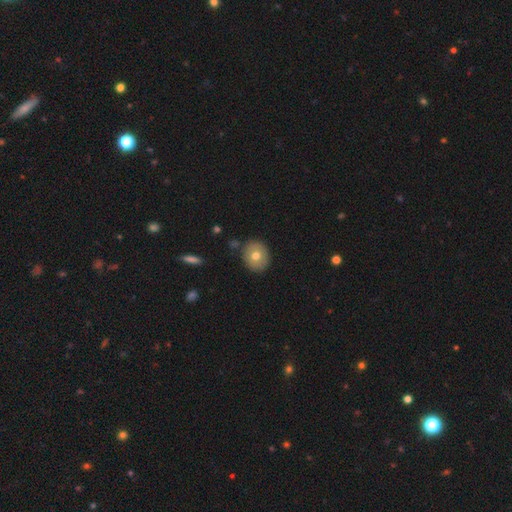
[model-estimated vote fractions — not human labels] smooth 69%, featured or disk 22%, star or artifact 9%. Down the decision tree: how rounded — round (70%); merging — none (84%).